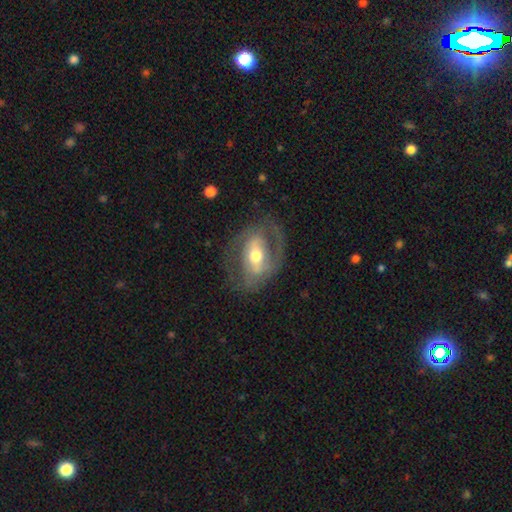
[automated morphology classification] type=featured or disk (74%); edge-on=no (93%); bar=strong (43%); spiral arms=yes (67%); bulge=moderate (72%); merging=none (65%).